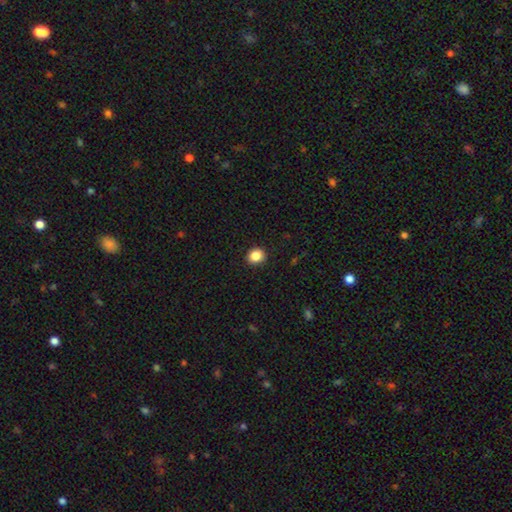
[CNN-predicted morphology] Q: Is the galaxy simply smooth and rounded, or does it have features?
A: smooth — 86%.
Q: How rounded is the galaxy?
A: round — 77%.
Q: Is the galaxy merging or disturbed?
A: none — 91%.